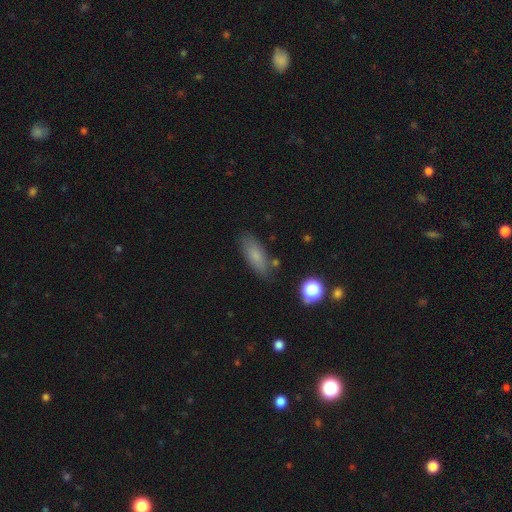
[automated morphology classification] Smooth or featured? Predicted: smooth (p=0.78). How rounded? Predicted: in between (p=0.69). Merging? Predicted: none (p=0.79).